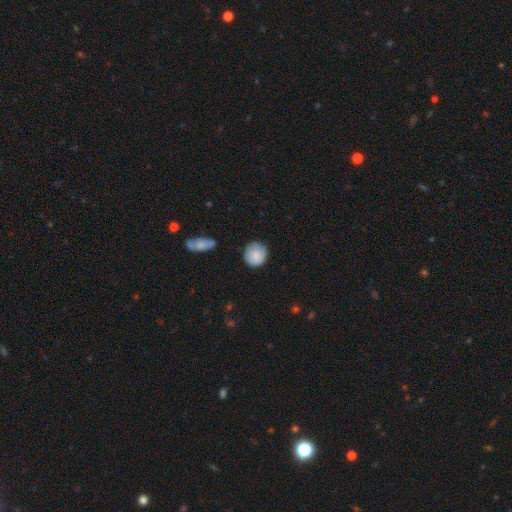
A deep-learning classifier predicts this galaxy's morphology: Smooth or featured? Predicted: smooth (p=0.84). How rounded? Predicted: round (p=0.89). Merging? Predicted: none (p=0.77).